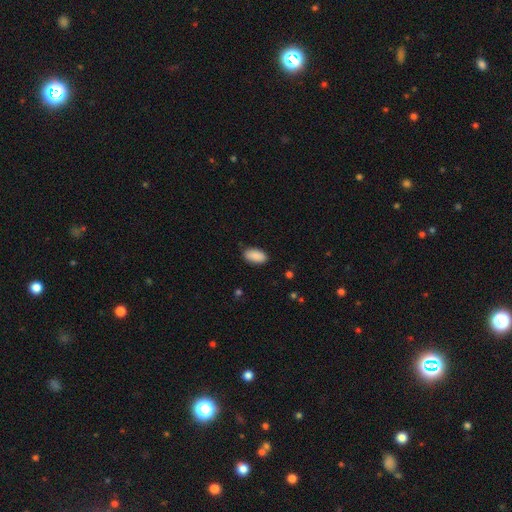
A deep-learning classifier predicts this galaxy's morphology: Smooth or featured? smooth (90%)
How rounded? in between (94%)
Merging? none (87%)